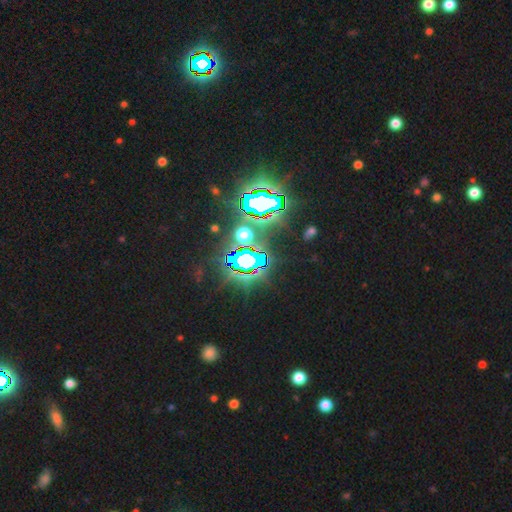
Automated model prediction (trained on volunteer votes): smooth_or_featured: star or artifact (p=0.84) [alt: smooth p=0.09]